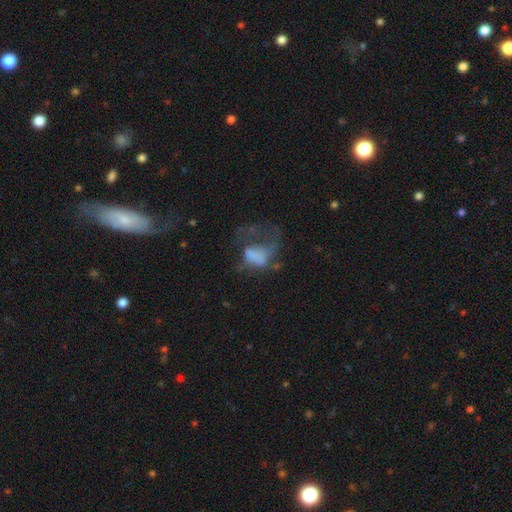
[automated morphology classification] The model was most divided on "smooth or featured": smooth: 48%, featured or disk: 39%, star or artifact: 13%. More confident: merging — major disturbance (61%).